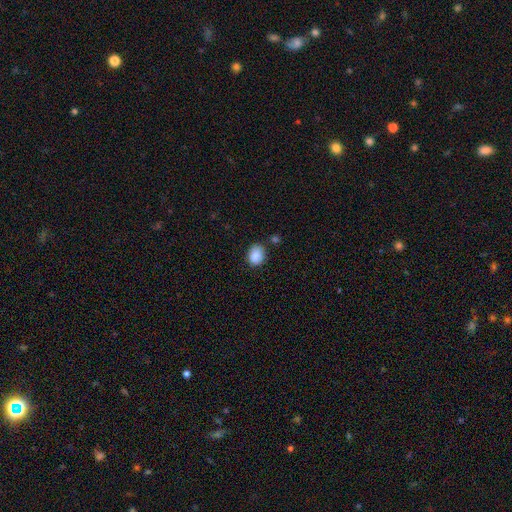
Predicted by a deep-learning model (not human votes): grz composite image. It shows a smooth galaxy with no disk features (89%) that is in between round and cigar-shaped (53%). Merging: none (73%).